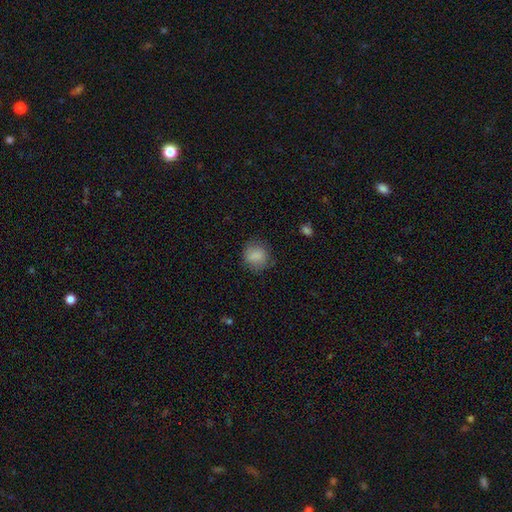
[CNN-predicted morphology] type=smooth (85%); roundness=round (76%); merging=none (76%).